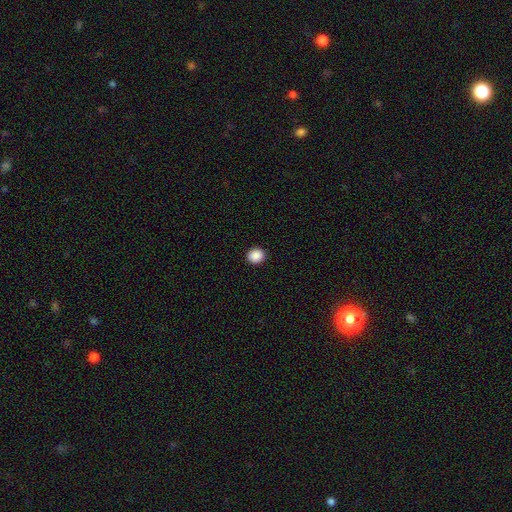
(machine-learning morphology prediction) smooth-or-featured: smooth: 89% | star or artifact: 9% | featured or disk: 2%
  how-rounded: round: 83% | in between: 16% | cigar-shaped: 1%
  merging: none: 93% | minor disturbance: 5% | major disturbance: 2% | merger: 1%